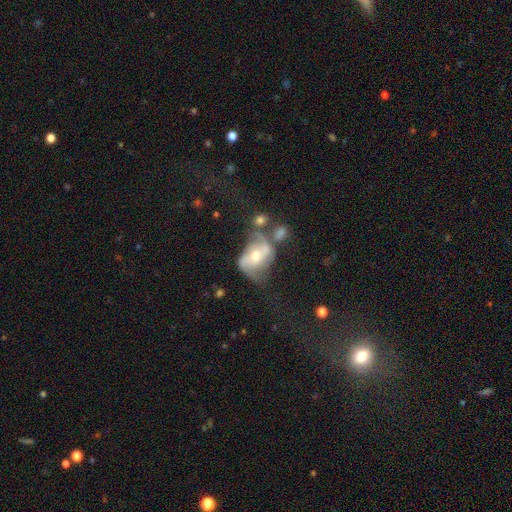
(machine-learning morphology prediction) Smooth or featured? featured or disk (72%)
Edge-on disk? no (96%)
Bar? no (46%)
Spiral arms? yes (82%)
Spiral winding? loose (48%)
Spiral arm count? 2 (81%)
Bulge size? moderate (58%)
Merging? none (37%)